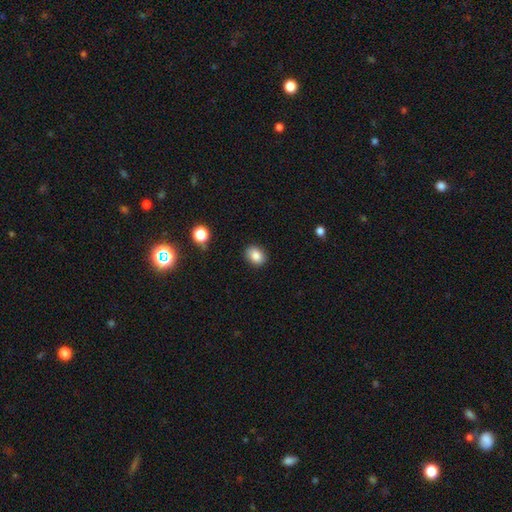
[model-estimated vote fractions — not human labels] Smooth or featured? smooth (85%)
How rounded? in between (58%)
Merging? none (87%)